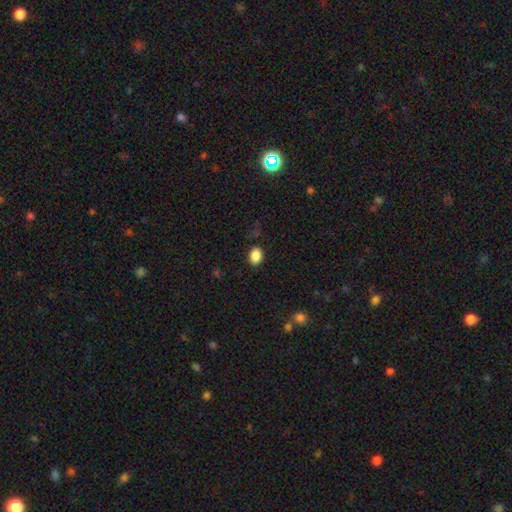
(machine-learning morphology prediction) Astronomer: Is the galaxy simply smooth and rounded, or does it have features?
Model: smooth — 87%.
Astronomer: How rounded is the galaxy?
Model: in between — 68%.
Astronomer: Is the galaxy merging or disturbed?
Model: none — 84%.